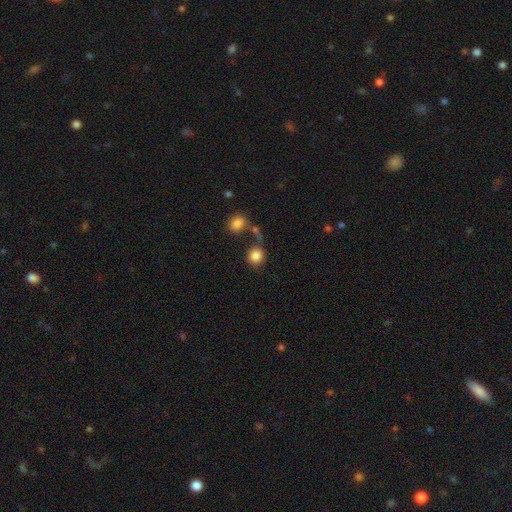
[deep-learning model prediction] This appears to be a smooth galaxy with no disk features (86%) that is round (85%). Merging: none (68%).